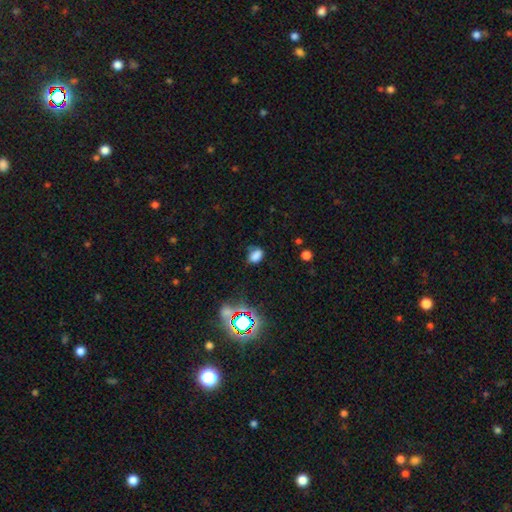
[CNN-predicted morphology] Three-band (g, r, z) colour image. It shows a smooth galaxy with no disk features (76%) that is in between round and cigar-shaped (78%). Merging: none (64%).